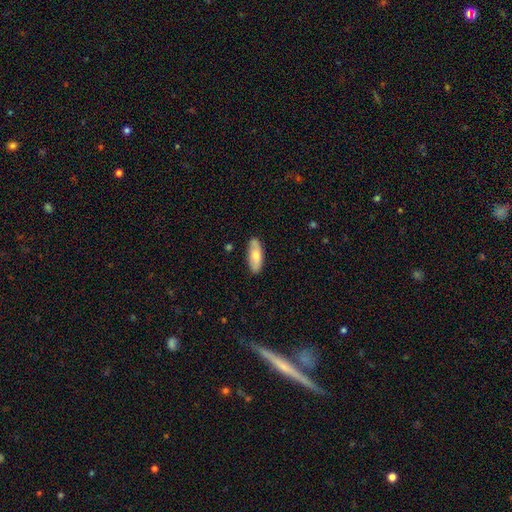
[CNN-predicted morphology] Overall: smooth (71%). How rounded: in between (77%). Merging: none (83%).